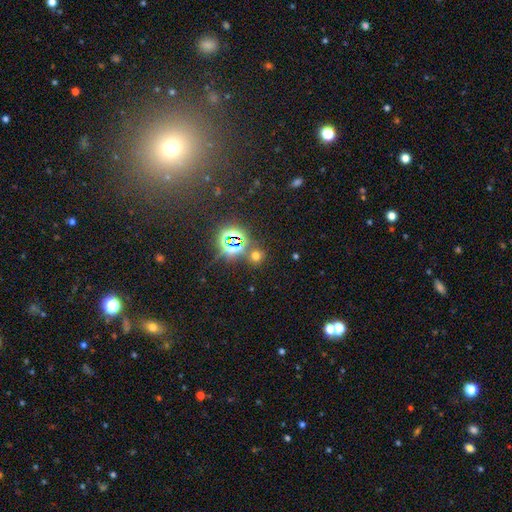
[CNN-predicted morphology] smooth 49%, star or artifact 43%, featured or disk 7%. Down the decision tree: merging — none (77%).